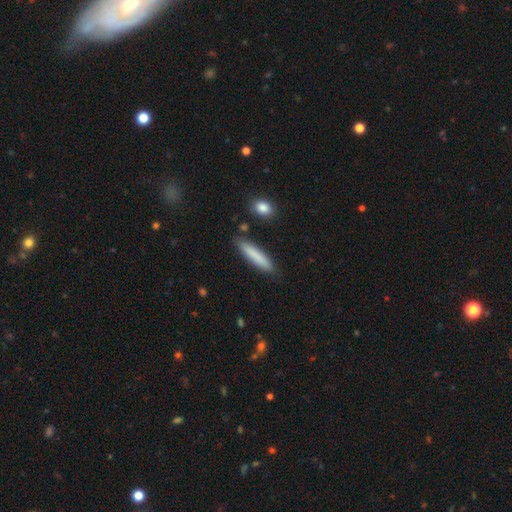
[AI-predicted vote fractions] This appears to be a smooth galaxy with no disk features (82%) that is cigar-shaped (87%). Merging: none (86%).